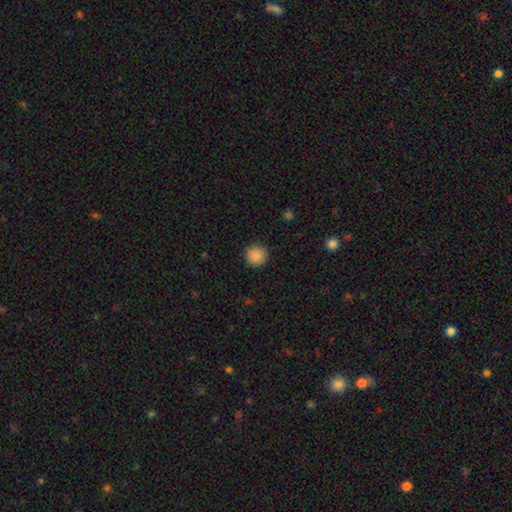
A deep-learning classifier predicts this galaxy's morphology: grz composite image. It shows a smooth galaxy with no disk features (88%) that is round (94%). Merging: none (88%).